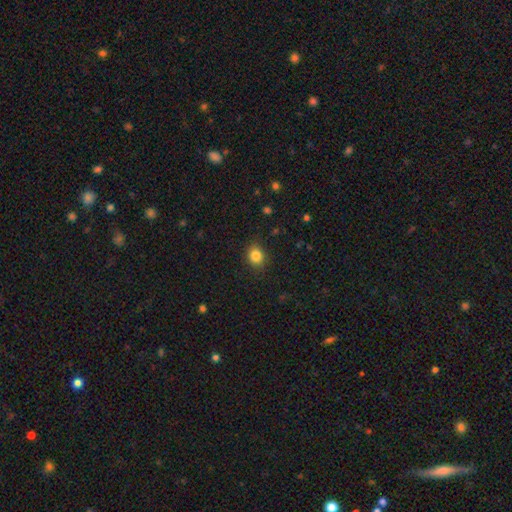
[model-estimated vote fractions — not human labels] smooth_or_featured: smooth (p=0.85) [alt: star or artifact p=0.11]
how_rounded: round (p=0.67) [alt: in between p=0.32]
merging: none (p=0.86) [alt: minor disturbance p=0.10]